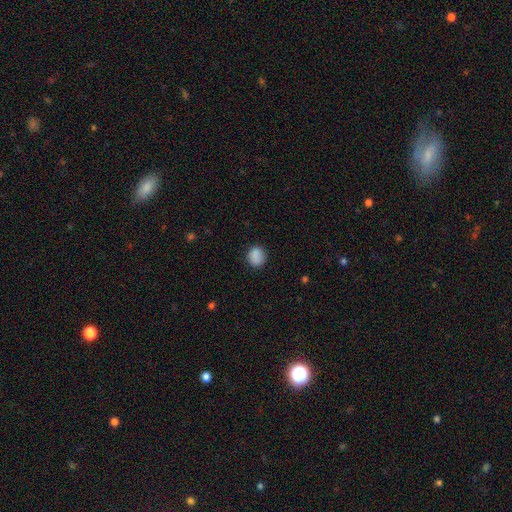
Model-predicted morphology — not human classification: The model was most divided on "how rounded": round: 75%, in between: 24%, cigar-shaped: 1%. More confident: smooth or featured — smooth (87%); merging — none (84%).